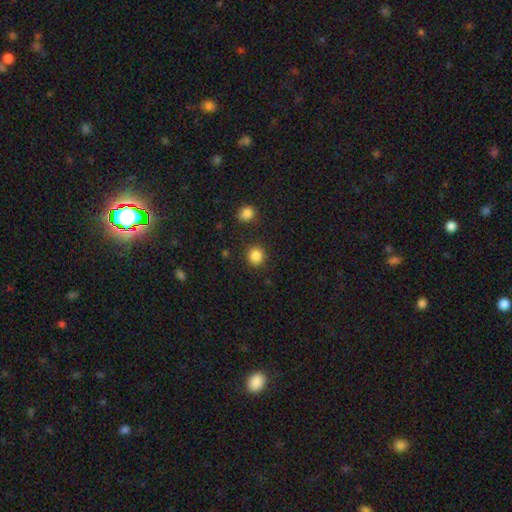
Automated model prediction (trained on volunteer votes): Morphology: type=smooth (86%); roundness=round (92%); merging=none (89%).